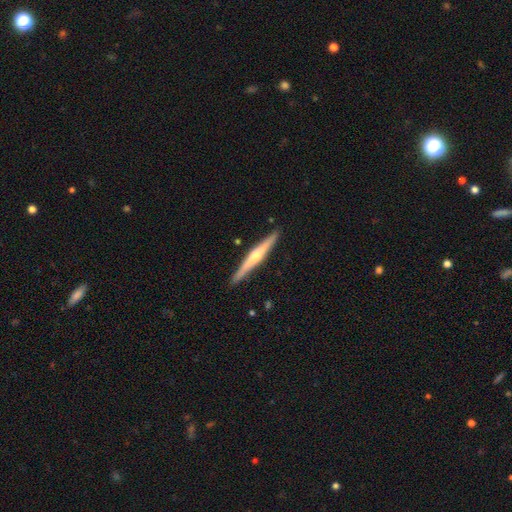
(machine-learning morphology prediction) The model was most divided on "smooth or featured": featured or disk: 66%, smooth: 29%, star or artifact: 5%. More confident: edge-on disk — yes (98%); merging — none (91%); edge-on bulge — rounded (83%).